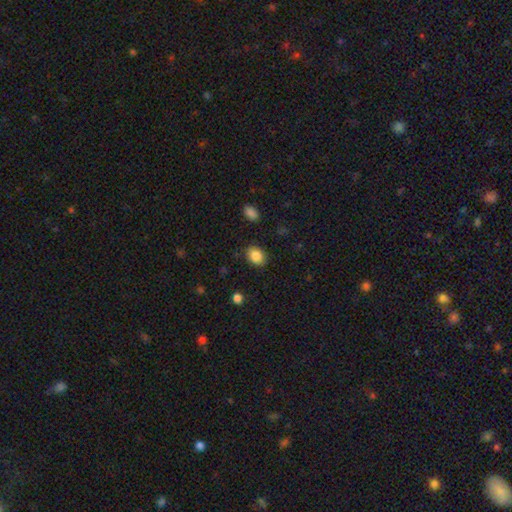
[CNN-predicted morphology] This is clearly a smooth galaxy (86%). How rounded: likely in between (69%). Merging: clearly none (86%).